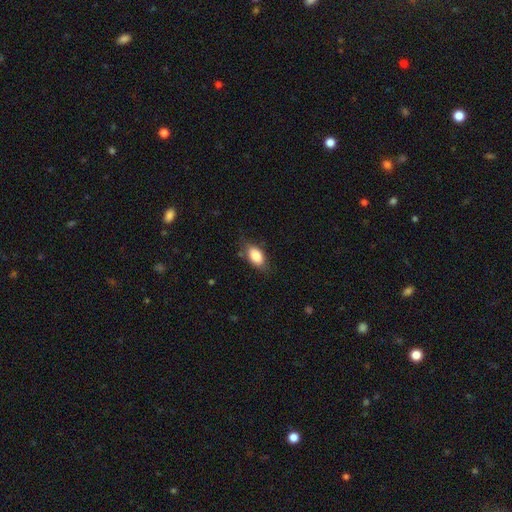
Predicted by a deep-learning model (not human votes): The model was most divided on "merging": none: 73%, minor disturbance: 21%, major disturbance: 5%, merger: 2%. More confident: how rounded — in between (88%); smooth or featured — smooth (81%).